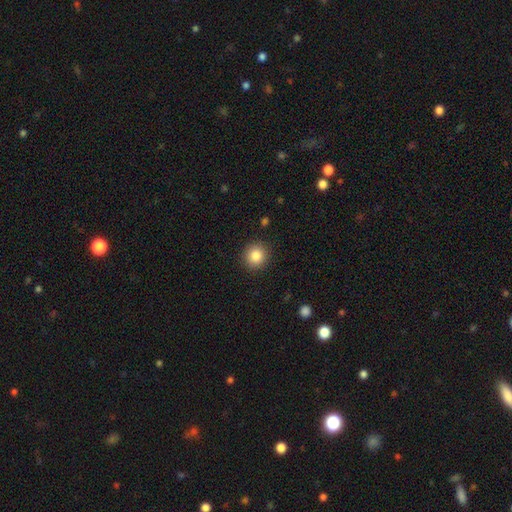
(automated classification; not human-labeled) Smooth or featured? Predicted: smooth (p=0.85). How rounded? Predicted: round (p=0.91). Merging? Predicted: none (p=0.90).